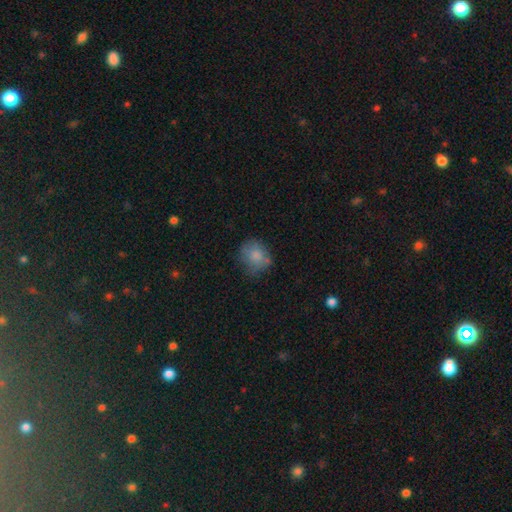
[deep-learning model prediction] smooth_or_featured: smooth (p=0.76) [alt: featured or disk p=0.16]
how_rounded: round (p=0.74) [alt: in between p=0.25]
merging: none (p=0.60) [alt: minor disturbance p=0.27]